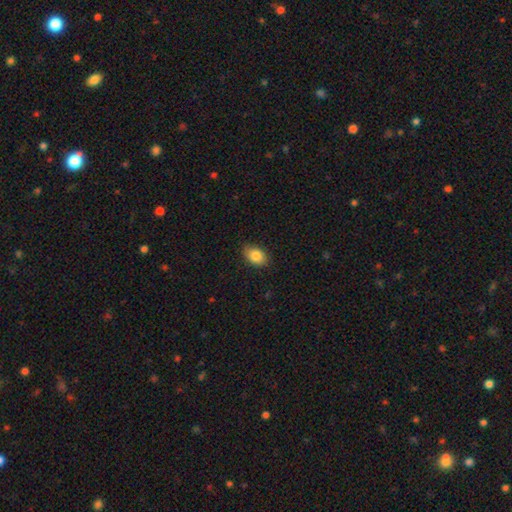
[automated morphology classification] type=smooth (85%); roundness=in between (82%); merging=none (83%).